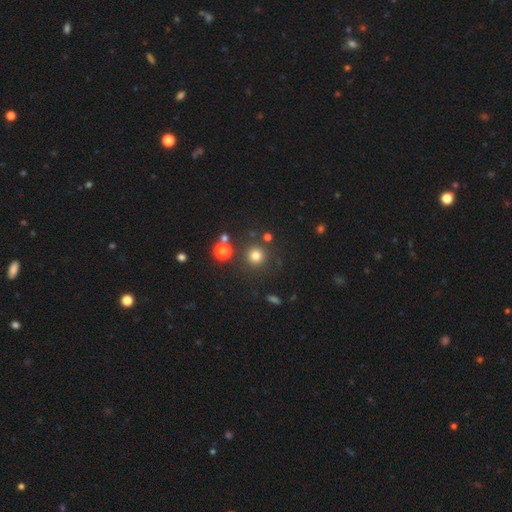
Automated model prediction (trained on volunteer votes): Smooth or featured?
  - smooth: 78% *
  - star or artifact: 16%
  - featured or disk: 6%
How rounded?
  - round: 95% *
  - in between: 4%
  - cigar-shaped: 1%
Merging?
  - none: 85% *
  - minor disturbance: 7%
  - merger: 5%
  - major disturbance: 3%